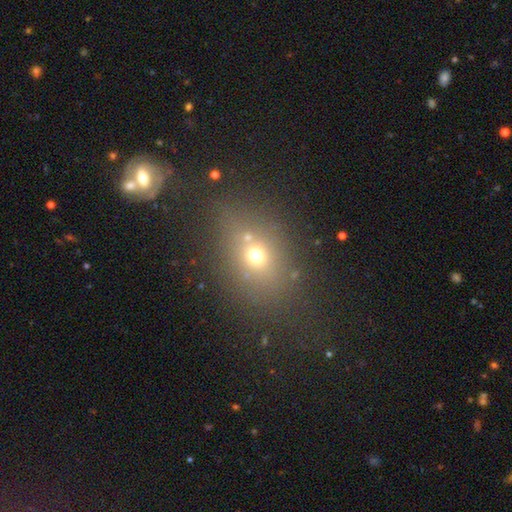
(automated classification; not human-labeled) The model was most divided on "how rounded": in between: 50%, round: 48%, cigar-shaped: 2%. More confident: merging — none (71%); smooth or featured — smooth (64%).